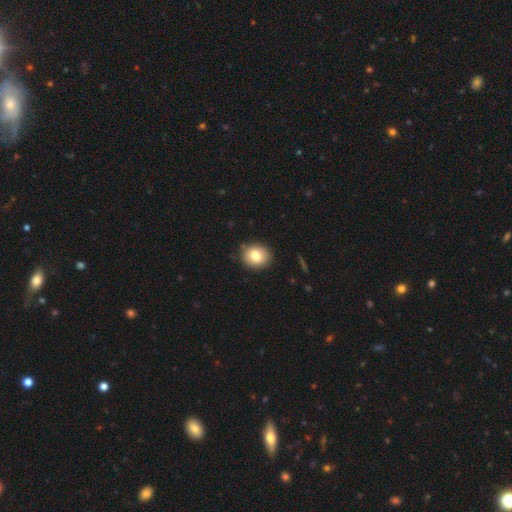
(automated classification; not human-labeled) smooth_or_featured: smooth (p=0.80) [alt: featured or disk p=0.10]
how_rounded: round (p=0.74) [alt: in between p=0.25]
merging: none (p=0.88) [alt: minor disturbance p=0.09]